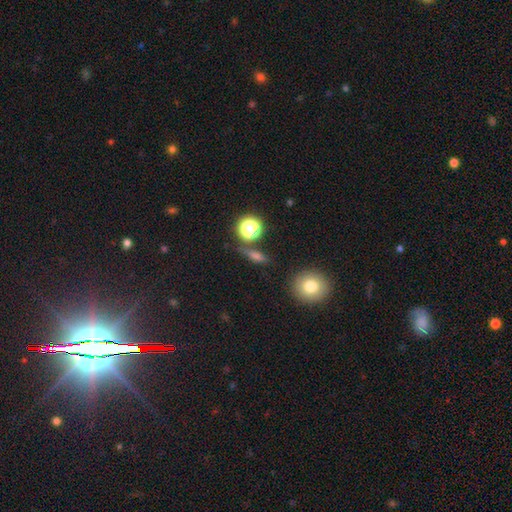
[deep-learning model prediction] Morphology: type=smooth (50%); merging=none (79%).